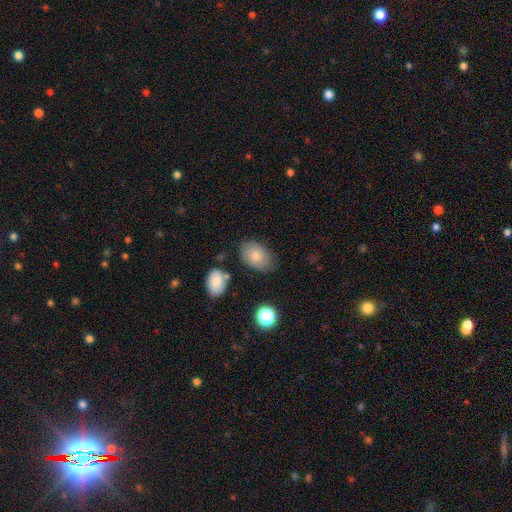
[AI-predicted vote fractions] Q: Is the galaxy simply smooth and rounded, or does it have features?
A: smooth — 77%.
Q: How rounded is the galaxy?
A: in between — 83%.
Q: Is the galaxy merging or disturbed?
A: none — 73%.